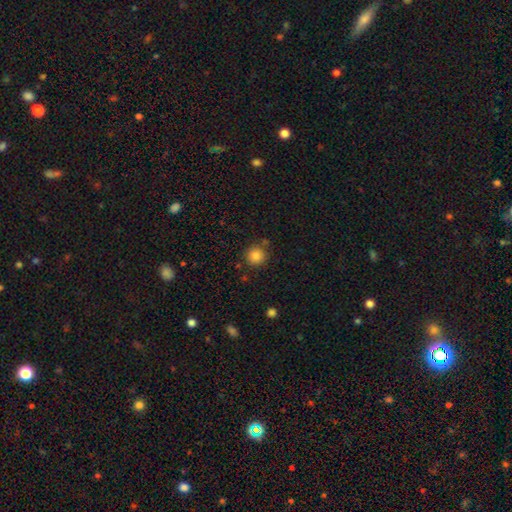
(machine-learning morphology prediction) This is clearly a smooth galaxy (85%). How rounded: clearly round (94%). Merging: clearly none (82%).